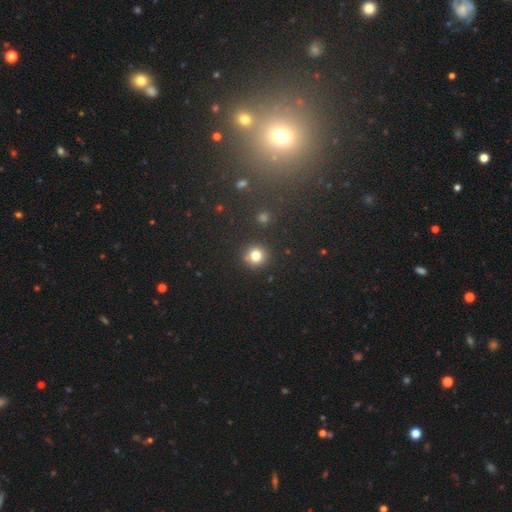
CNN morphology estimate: Smooth or featured? Predicted: smooth (p=0.78). How rounded? Predicted: round (p=0.91). Merging? Predicted: none (p=0.84).